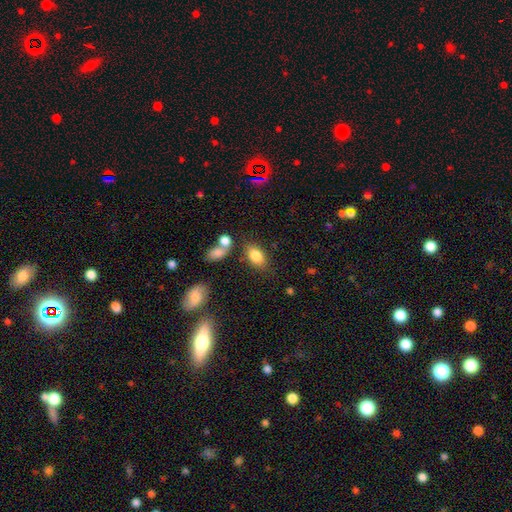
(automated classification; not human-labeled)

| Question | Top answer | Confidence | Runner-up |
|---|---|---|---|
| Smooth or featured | smooth | 83% | featured or disk (9%) |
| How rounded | in between | 88% | round (10%) |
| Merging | none | 70% | minor disturbance (15%) |